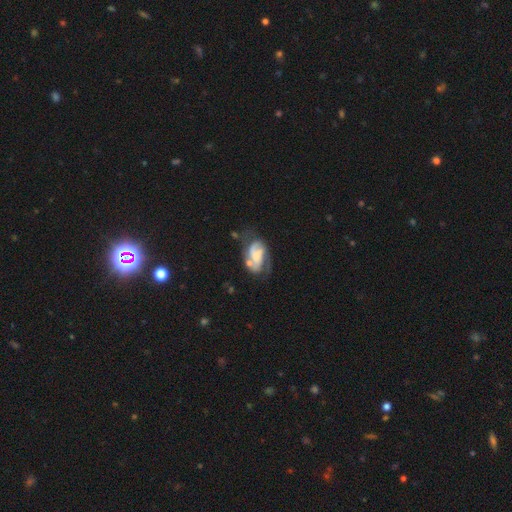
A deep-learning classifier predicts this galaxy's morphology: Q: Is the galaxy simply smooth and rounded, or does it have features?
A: featured or disk — 69%.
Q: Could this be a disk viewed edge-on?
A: no — 97%.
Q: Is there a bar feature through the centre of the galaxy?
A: no — 55%.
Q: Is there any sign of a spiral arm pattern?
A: yes — 86%.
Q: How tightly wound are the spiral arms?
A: medium — 44%.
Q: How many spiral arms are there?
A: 2 — 69%.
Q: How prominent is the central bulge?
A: none — 39%.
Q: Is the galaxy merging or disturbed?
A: none — 39%.